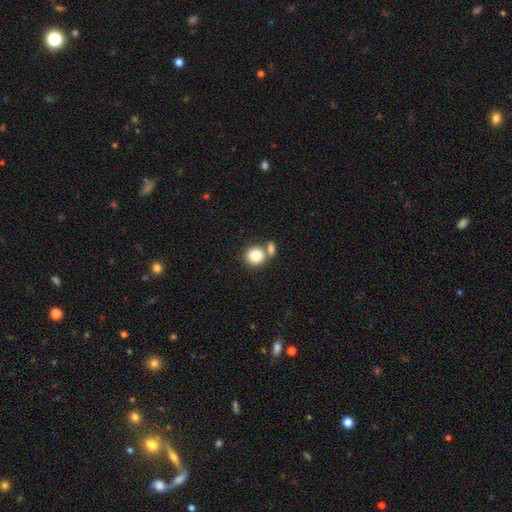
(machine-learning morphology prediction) Q: Smooth or featured?
A: smooth (84%); runner-up: star or artifact (9%)
Q: How rounded?
A: round (85%); runner-up: in between (14%)
Q: Merging?
A: none (54%); runner-up: merger (33%)